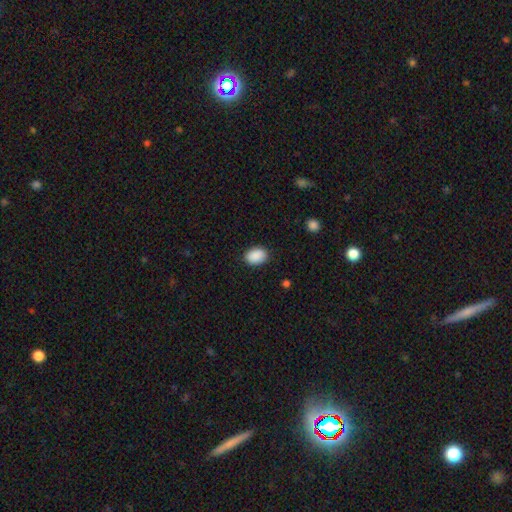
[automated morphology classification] smooth-or-featured: smooth: 90% | star or artifact: 7% | featured or disk: 3%
  how-rounded: in between: 77% | round: 22% | cigar-shaped: 1%
  merging: none: 88% | minor disturbance: 9% | major disturbance: 2% | merger: 1%